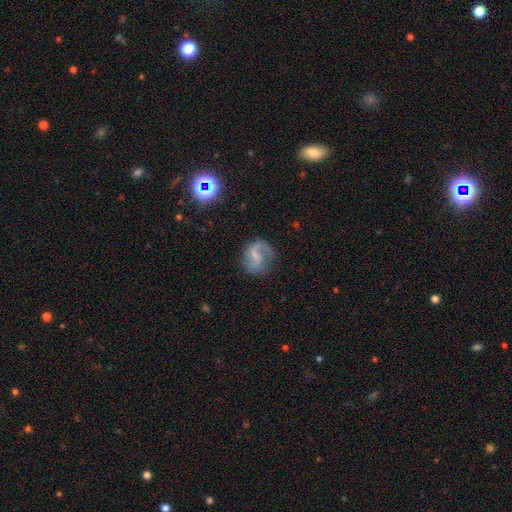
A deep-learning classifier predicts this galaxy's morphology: Smooth or featured? featured or disk (65%)
Edge-on disk? no (98%)
Bar? weak (52%)
Spiral arms? yes (88%)
Spiral winding? loose (46%)
Spiral arm count? 2 (70%)
Bulge size? none (39%)
Merging? none (63%)